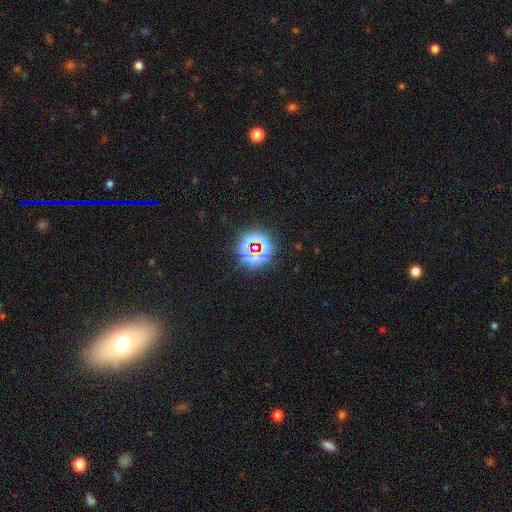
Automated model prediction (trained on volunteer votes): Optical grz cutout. It shows a star or artifact, not a galaxy (75%).